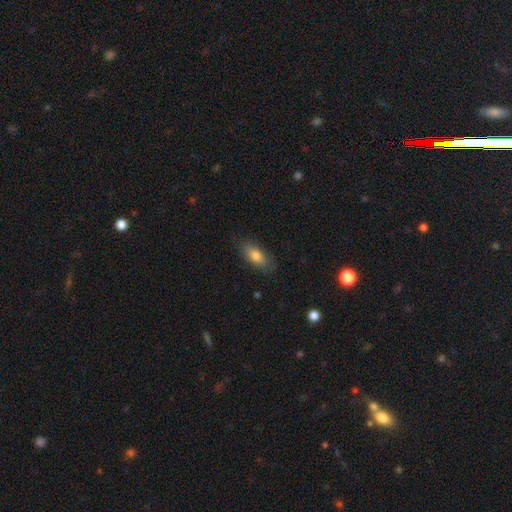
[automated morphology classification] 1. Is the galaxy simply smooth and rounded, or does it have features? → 81% smooth, 12% featured or disk, 7% star or artifact.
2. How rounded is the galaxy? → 85% in between, 12% cigar-shaped, 3% round.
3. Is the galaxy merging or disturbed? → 82% none, 14% minor disturbance, 3% major disturbance, 1% merger.